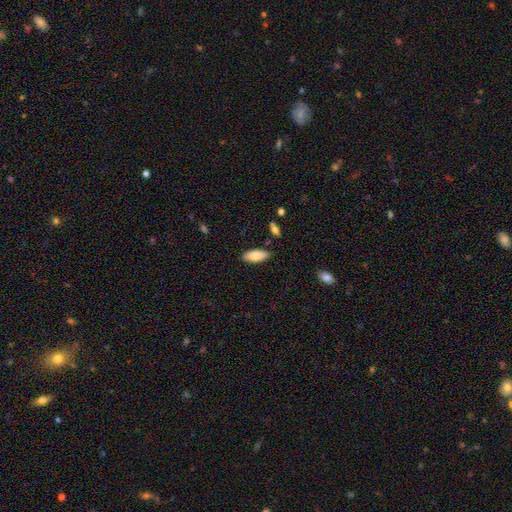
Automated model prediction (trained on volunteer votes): Smooth or featured?
  - smooth: 81% *
  - featured or disk: 12%
  - star or artifact: 6%
How rounded?
  - in between: 83% *
  - cigar-shaped: 15%
  - round: 2%
Merging?
  - none: 85% *
  - minor disturbance: 11%
  - merger: 2%
  - major disturbance: 2%